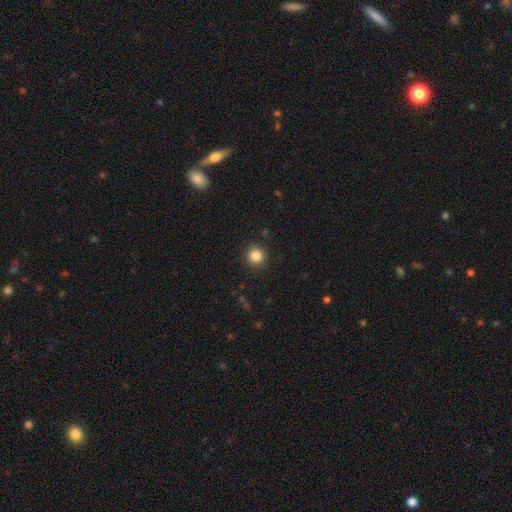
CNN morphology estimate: smooth_or_featured: smooth (p=0.84) [alt: star or artifact p=0.11]
how_rounded: round (p=0.94) [alt: in between p=0.05]
merging: none (p=0.91) [alt: minor disturbance p=0.05]